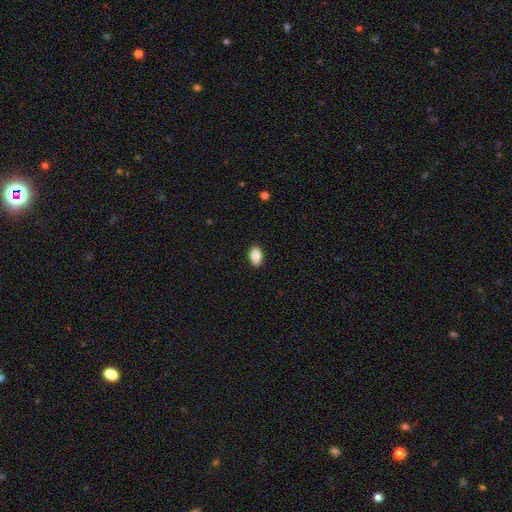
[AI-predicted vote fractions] A smooth galaxy with no disk features (88%) that is in between round and cigar-shaped (92%). Merging: none (90%).